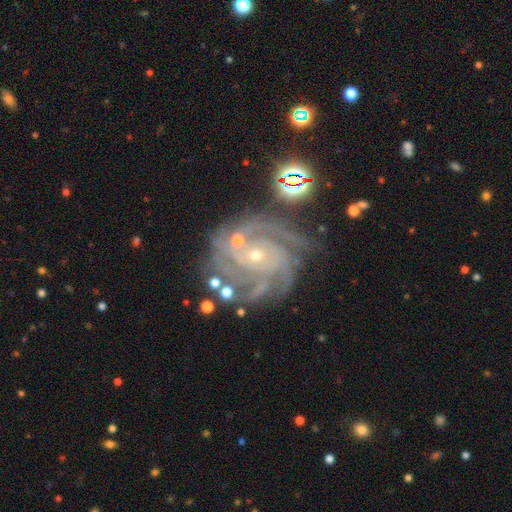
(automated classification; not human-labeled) smooth_or_featured: featured or disk (p=0.87) [alt: star or artifact p=0.09]
disk_edge_on: no (p=0.97) [alt: yes p=0.03]
bar: no (p=0.70) [alt: weak p=0.22]
has_spiral_arms: yes (p=0.98) [alt: no p=0.02]
spiral_winding: tight (p=0.70) [alt: medium p=0.27]
spiral_arm_count: 4 (p=0.30) [alt: 3 p=0.22]
bulge_size: small (p=0.79) [alt: moderate p=0.16]
merging: none (p=0.67) [alt: minor disturbance p=0.18]